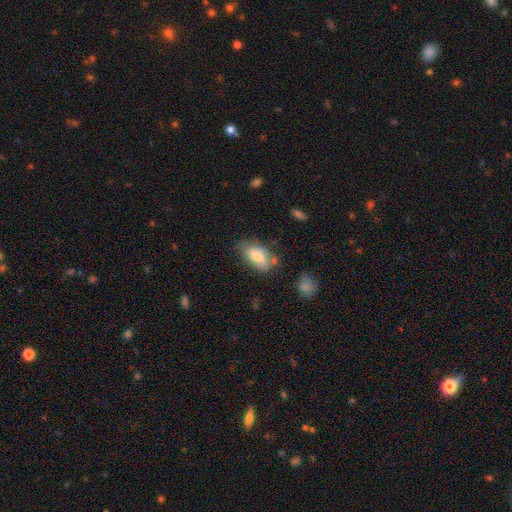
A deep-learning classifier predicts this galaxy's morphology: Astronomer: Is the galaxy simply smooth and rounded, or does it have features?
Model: smooth — 73%.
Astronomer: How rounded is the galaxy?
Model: in between — 92%.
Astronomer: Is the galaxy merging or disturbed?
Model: none — 56%.